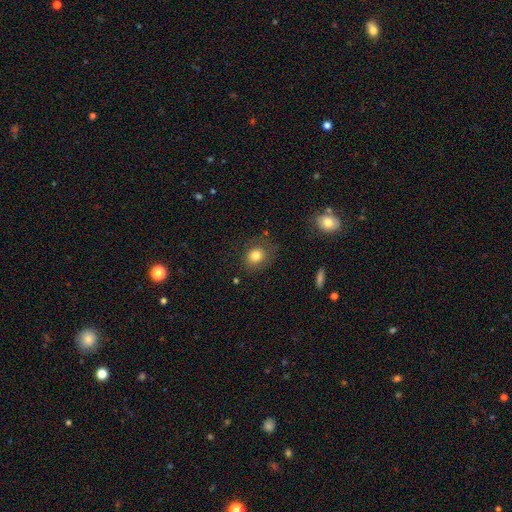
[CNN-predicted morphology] Smooth or featured? smooth (79%)
How rounded? round (68%)
Merging? none (73%)